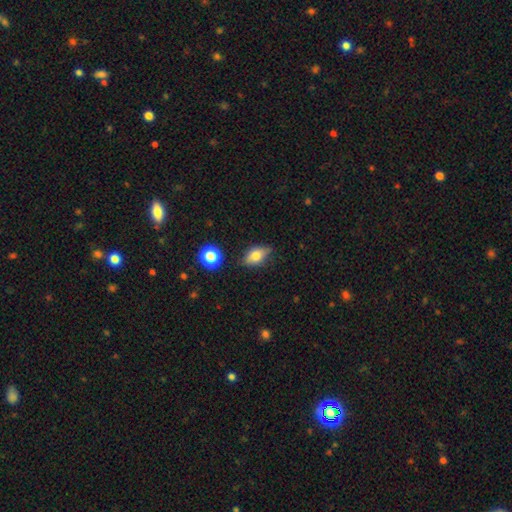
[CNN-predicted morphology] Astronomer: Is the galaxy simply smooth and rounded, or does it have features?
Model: smooth — 64%.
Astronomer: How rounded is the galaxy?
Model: in between — 78%.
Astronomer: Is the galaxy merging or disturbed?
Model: none — 76%.